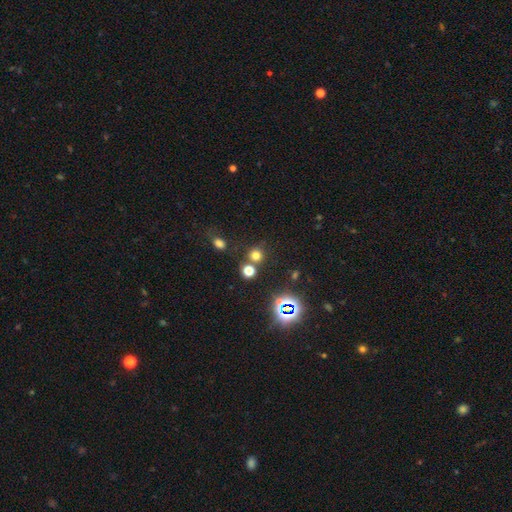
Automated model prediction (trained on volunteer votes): The model was most divided on "smooth or featured": smooth: 65%, star or artifact: 28%, featured or disk: 7%. More confident: how rounded — round (88%); merging — none (71%).